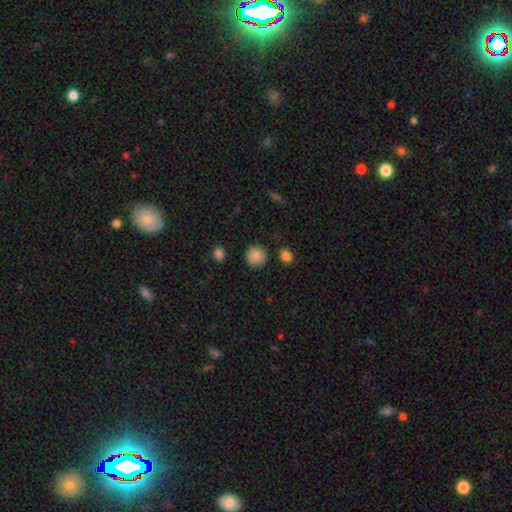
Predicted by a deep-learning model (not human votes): This is clearly a smooth galaxy (87%). How rounded: clearly round (93%). Merging: clearly none (87%).